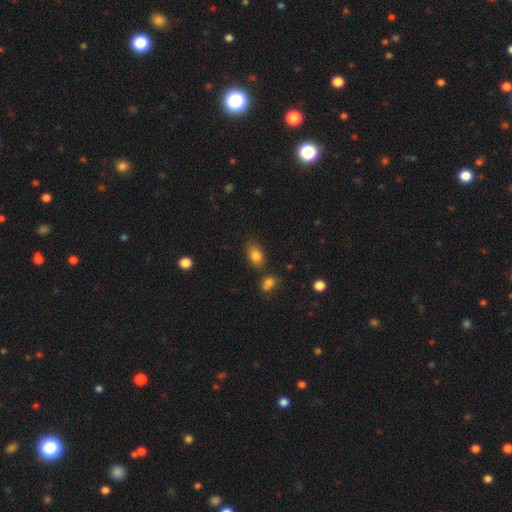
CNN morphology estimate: A smooth galaxy with no disk features (83%) that is in between round and cigar-shaped (83%).

Vote fractions:
- Smooth or featured? smooth: 83% / star or artifact: 10% / featured or disk: 7%
- How rounded? in between: 83% / round: 16% / cigar-shaped: 2%
- Merging? none: 72% / minor disturbance: 17% / merger: 8% / major disturbance: 4%